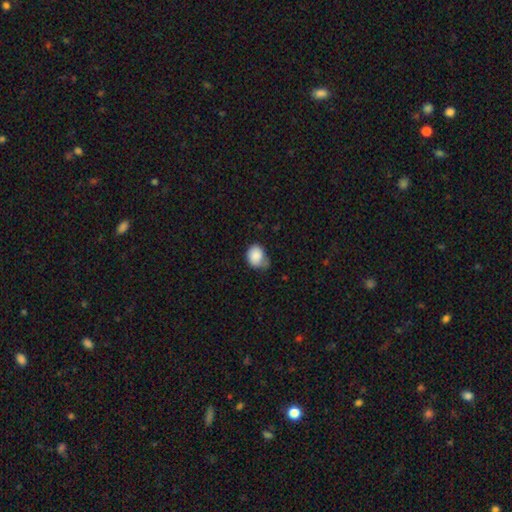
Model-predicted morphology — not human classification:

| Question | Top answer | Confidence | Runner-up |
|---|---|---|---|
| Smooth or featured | smooth | 87% | star or artifact (8%) |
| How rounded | round | 51% | in between (48%) |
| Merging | none | 47% | minor disturbance (39%) |